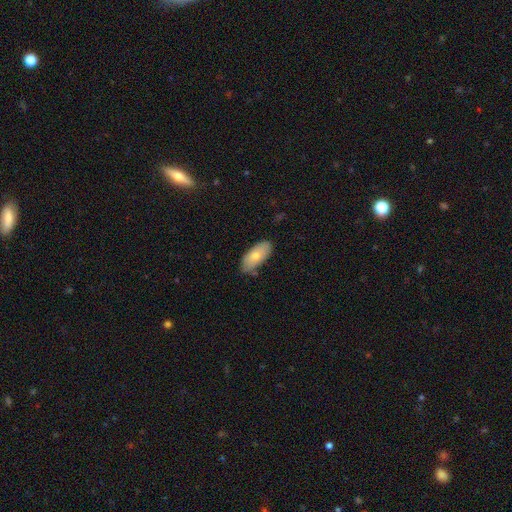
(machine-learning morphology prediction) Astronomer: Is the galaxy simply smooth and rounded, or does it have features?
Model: smooth — 75%.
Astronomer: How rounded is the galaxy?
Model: in between — 90%.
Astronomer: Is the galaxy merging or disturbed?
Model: none — 75%.